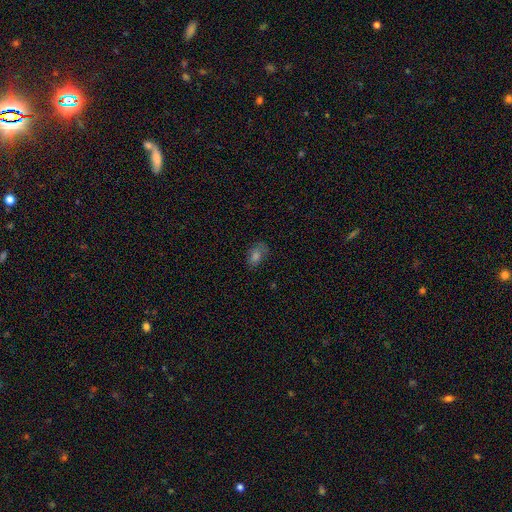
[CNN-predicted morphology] This appears to be a smooth galaxy with no disk features (65%) that is in between round and cigar-shaped (82%). Merging: none (67%).